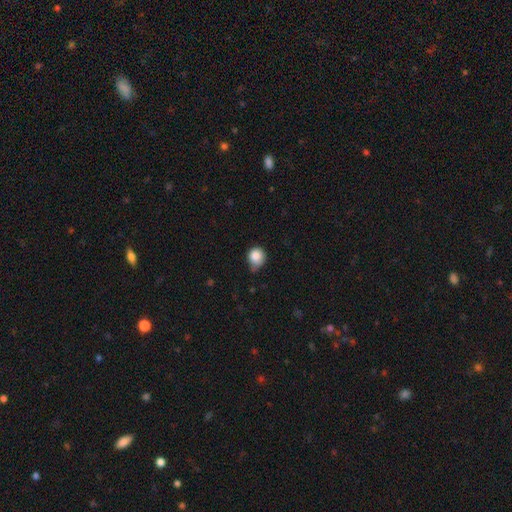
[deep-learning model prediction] A smooth galaxy with no disk features (85%) that is round (81%). Merging: none (50%).